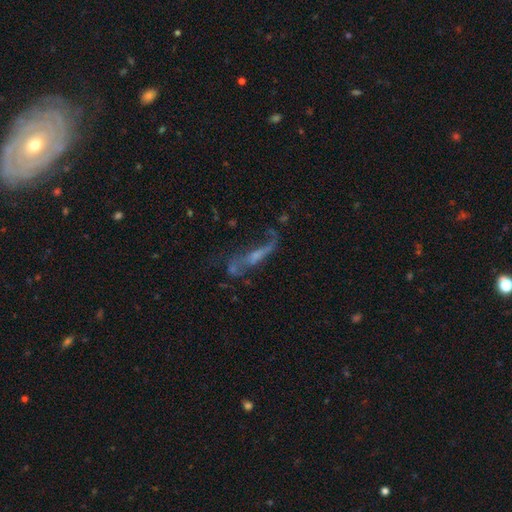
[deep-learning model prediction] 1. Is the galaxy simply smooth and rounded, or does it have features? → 64% featured or disk, 21% smooth, 14% star or artifact.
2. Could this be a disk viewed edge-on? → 66% no, 34% yes.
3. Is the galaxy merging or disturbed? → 35% none, 31% major disturbance, 18% minor disturbance, 16% merger.